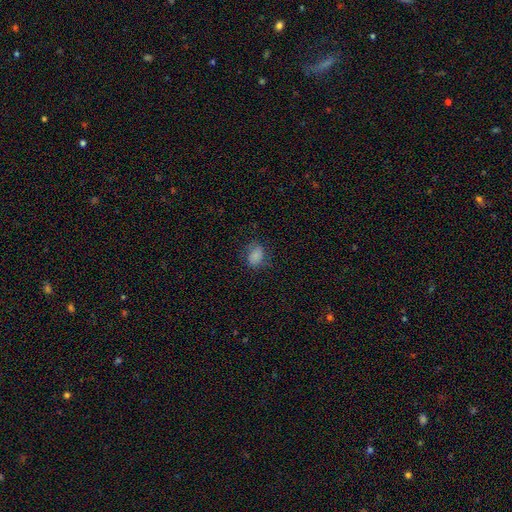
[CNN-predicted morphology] smooth_or_featured: smooth (p=0.80) [alt: star or artifact p=0.11]
how_rounded: in between (p=0.66) [alt: round p=0.33]
merging: none (p=0.71) [alt: minor disturbance p=0.20]